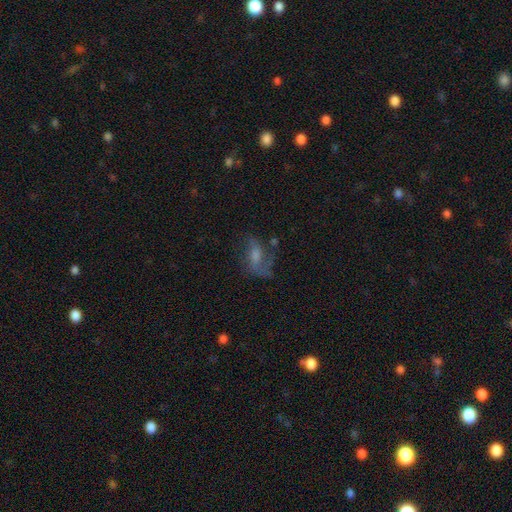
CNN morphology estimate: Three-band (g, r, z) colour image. It shows a featured or disk galaxy (61%) with no bar (43%), spiral arms (83%) and a moderate central bulge (39%). Merging: none (53%).